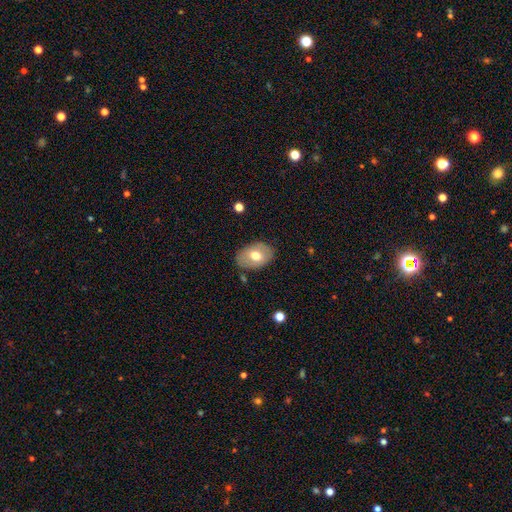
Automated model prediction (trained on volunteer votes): smooth 65%, featured or disk 28%, star or artifact 7%. Down the decision tree: how rounded — in between (82%); merging — none (83%).